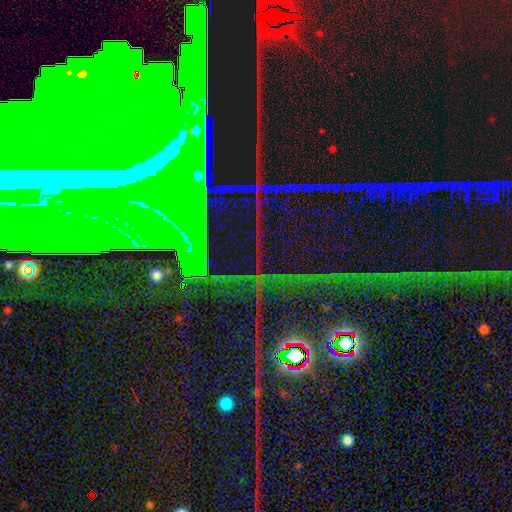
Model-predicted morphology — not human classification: Smooth or featured: star or artifact — 86% (featured or disk — 9%)